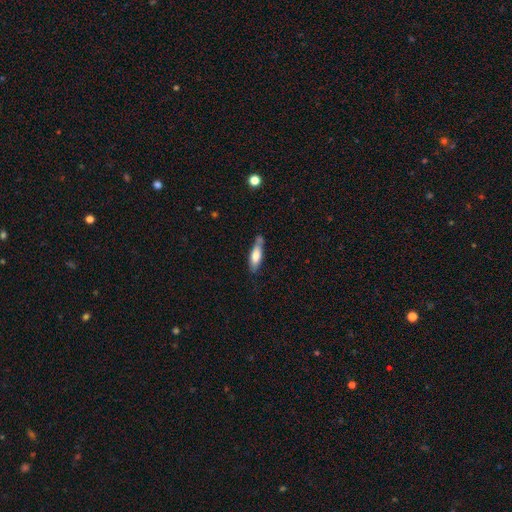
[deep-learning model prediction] Smooth or featured? smooth (68%)
How rounded? cigar-shaped (55%)
Merging? none (61%)